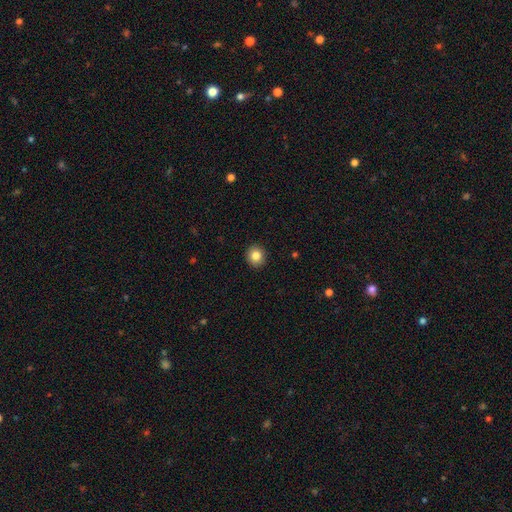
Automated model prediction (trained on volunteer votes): This is clearly a smooth galaxy (83%). How rounded: clearly round (87%). Merging: clearly none (92%).